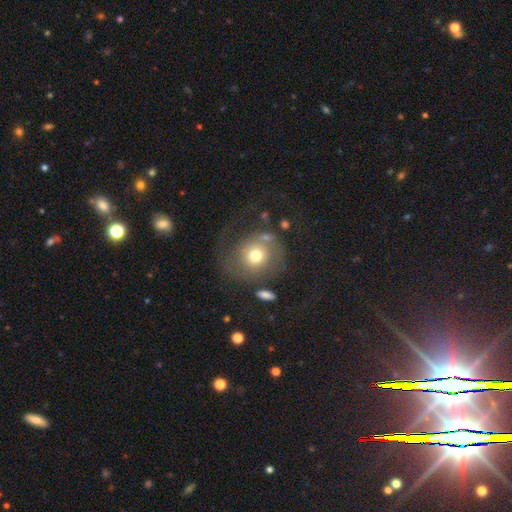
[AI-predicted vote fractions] Morphology: type=smooth (57%); roundness=round (79%); merging=none (42%).